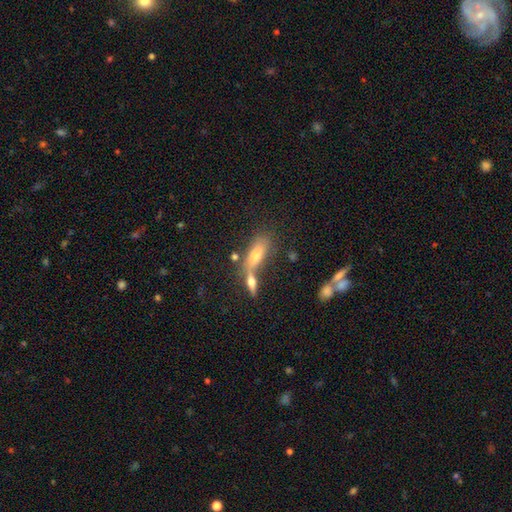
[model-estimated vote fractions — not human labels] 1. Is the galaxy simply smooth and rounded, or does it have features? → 60% smooth, 29% featured or disk, 12% star or artifact.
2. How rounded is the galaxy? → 63% in between, 32% cigar-shaped, 5% round.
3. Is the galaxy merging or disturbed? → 43% merger, 38% none, 12% minor disturbance, 7% major disturbance.